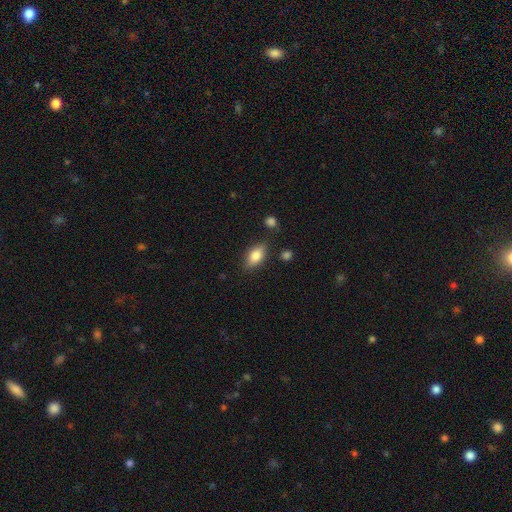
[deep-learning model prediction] smooth_or_featured: smooth (p=0.75) [alt: featured or disk p=0.18]
how_rounded: in between (p=0.85) [alt: cigar-shaped p=0.10]
merging: none (p=0.80) [alt: minor disturbance p=0.14]